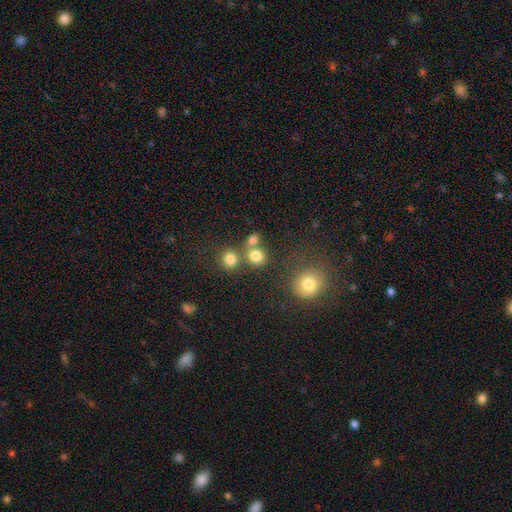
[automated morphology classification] Q: Smooth or featured?
A: smooth (78%); runner-up: star or artifact (14%)
Q: How rounded?
A: round (81%); runner-up: in between (18%)
Q: Merging?
A: none (58%); runner-up: merger (28%)